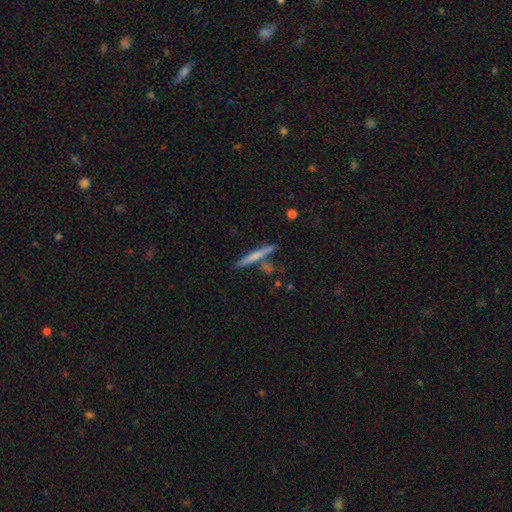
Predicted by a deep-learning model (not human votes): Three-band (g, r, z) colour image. It shows a smooth galaxy with no disk features (58%) that is cigar-shaped (95%). Merging: none (78%).